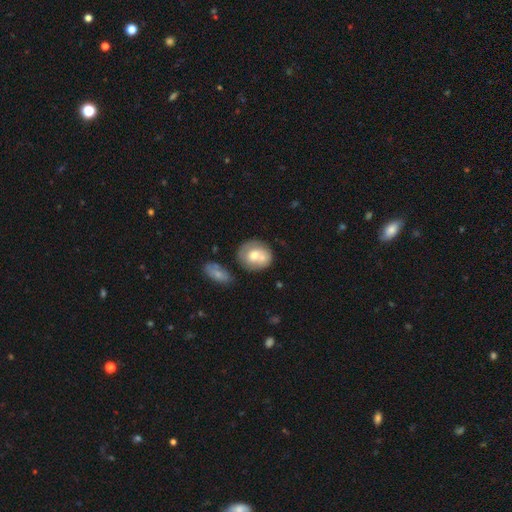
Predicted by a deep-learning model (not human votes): Smooth or featured: smooth — 60% (featured or disk — 34%)
How rounded: round — 70% (in between — 29%)
Merging: none — 48% (merger — 26%)